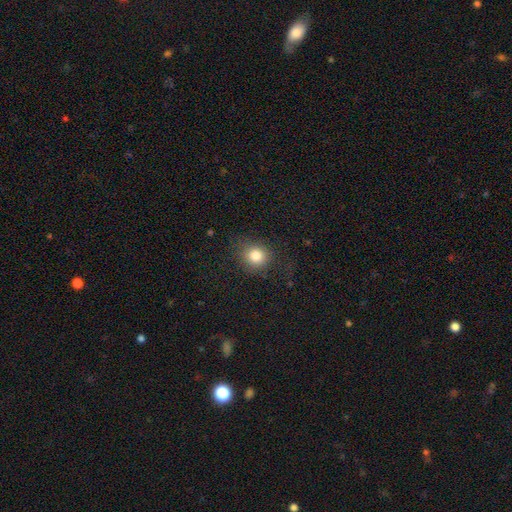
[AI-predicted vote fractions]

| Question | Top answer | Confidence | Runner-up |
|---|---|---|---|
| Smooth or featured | smooth | 82% | star or artifact (12%) |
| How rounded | round | 85% | in between (14%) |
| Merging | none | 81% | minor disturbance (12%) |